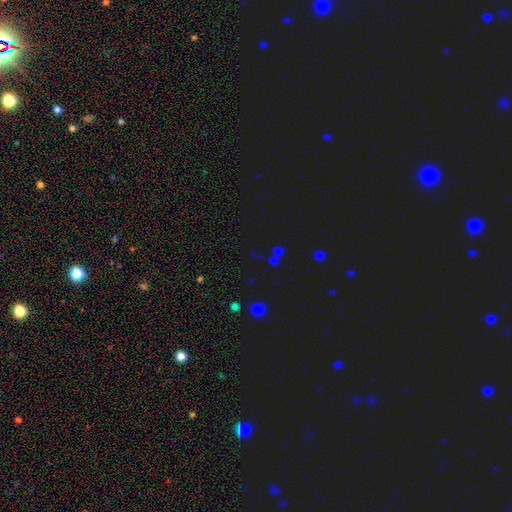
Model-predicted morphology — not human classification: star or artifact 50%, smooth 40%, featured or disk 10%.